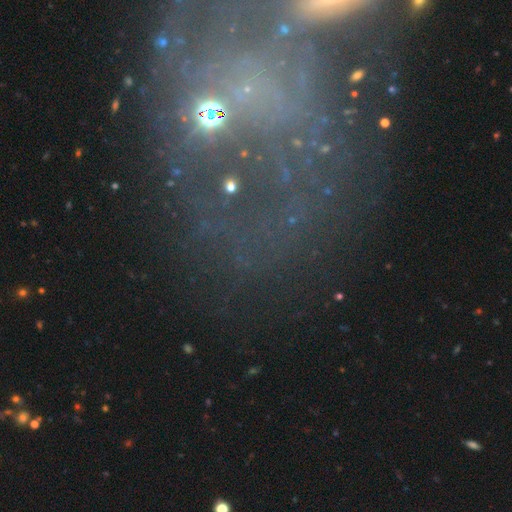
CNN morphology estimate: smooth-or-featured: featured or disk: 46% | star or artifact: 36% | smooth: 18%
  merging: none: 54% | major disturbance: 18% | minor disturbance: 16% | merger: 11%